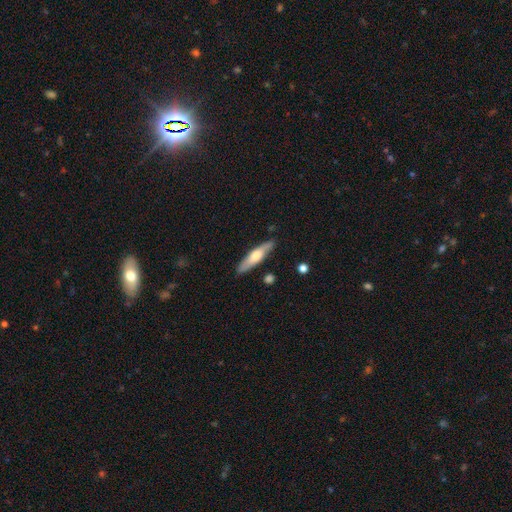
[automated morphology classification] A smooth galaxy with no disk features (50%).

Vote fractions:
- Smooth or featured? smooth: 50% / featured or disk: 45% / star or artifact: 5%
- Merging? none: 86% / minor disturbance: 10% / major disturbance: 2% / merger: 2%